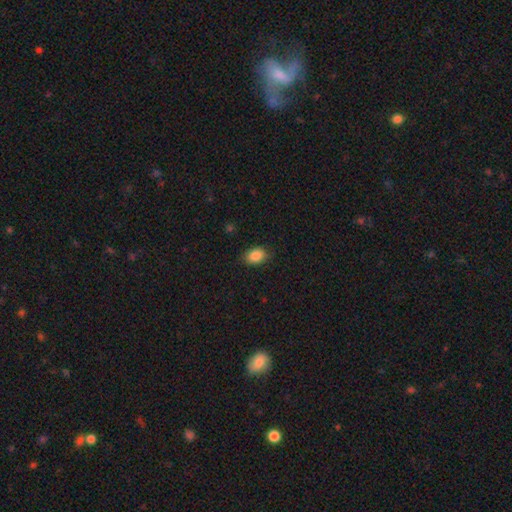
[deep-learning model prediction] Q: Smooth or featured?
A: smooth (87%); runner-up: star or artifact (8%)
Q: How rounded?
A: in between (82%); runner-up: round (17%)
Q: Merging?
A: none (82%); runner-up: minor disturbance (14%)